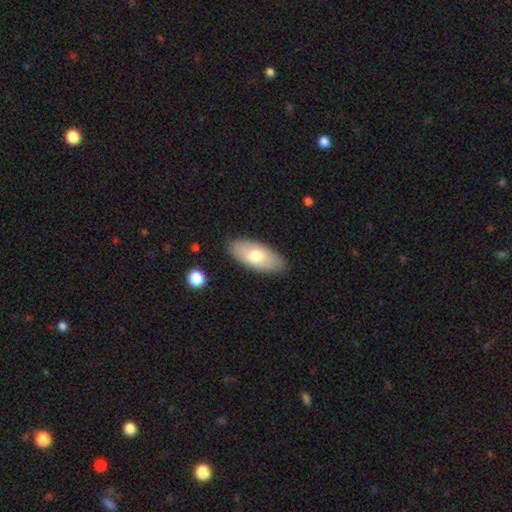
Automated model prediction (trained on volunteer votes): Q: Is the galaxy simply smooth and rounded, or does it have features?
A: smooth — 67%.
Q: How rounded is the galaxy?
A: in between — 88%.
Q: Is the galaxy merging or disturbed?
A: none — 88%.